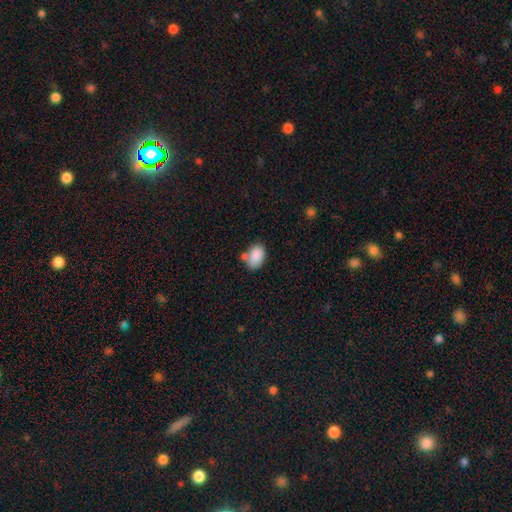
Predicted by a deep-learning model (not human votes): A smooth galaxy with no disk features (87%) that is in between round and cigar-shaped (89%).

Vote fractions:
- Smooth or featured? smooth: 87% / star or artifact: 7% / featured or disk: 6%
- How rounded? in between: 89% / round: 10% / cigar-shaped: 1%
- Merging? none: 58% / minor disturbance: 18% / merger: 18% / major disturbance: 5%